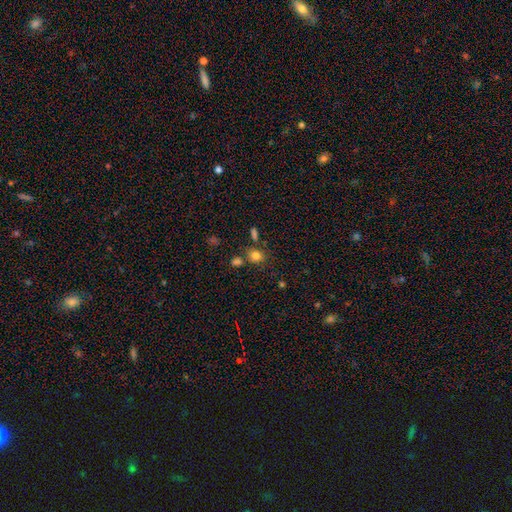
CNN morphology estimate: Smooth or featured?
  - smooth: 80% *
  - star or artifact: 13%
  - featured or disk: 7%
How rounded?
  - round: 61% *
  - in between: 38%
  - cigar-shaped: 1%
Merging?
  - none: 67% *
  - merger: 14%
  - minor disturbance: 14%
  - major disturbance: 5%